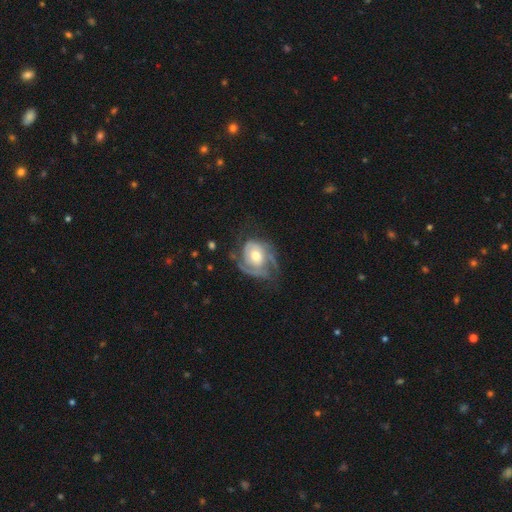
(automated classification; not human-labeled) featured or disk 79%, smooth 16%, star or artifact 5%. Down the decision tree: edge-on disk — no (97%); bar — no (76%); spiral arms — yes (90%); spiral arm count — 2 (36%); spiral winding — tight (53%); bulge size — moderate (68%); merging — none (52%).